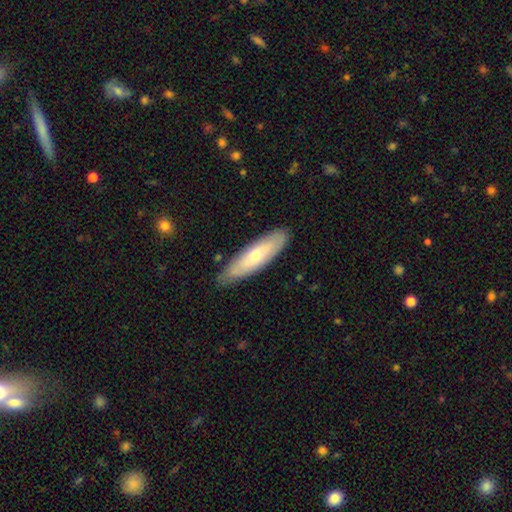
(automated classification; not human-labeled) A smooth galaxy with no disk features (55%) that is cigar-shaped (58%). Merging: none (83%).